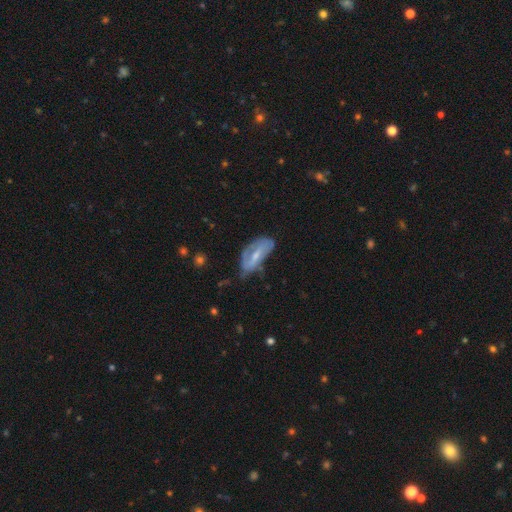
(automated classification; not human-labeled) Smooth or featured?
  - featured or disk: 57% *
  - smooth: 37%
  - star or artifact: 7%
Edge-on disk?
  - no: 87% *
  - yes: 13%
Merging?
  - none: 43% *
  - minor disturbance: 36%
  - major disturbance: 18%
  - merger: 3%